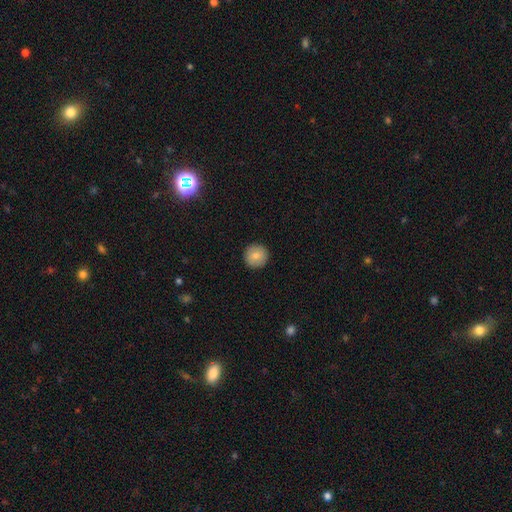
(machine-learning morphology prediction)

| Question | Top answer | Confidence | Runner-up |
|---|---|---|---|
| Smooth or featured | smooth | 81% | featured or disk (12%) |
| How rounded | round | 96% | in between (3%) |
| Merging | none | 92% | minor disturbance (5%) |